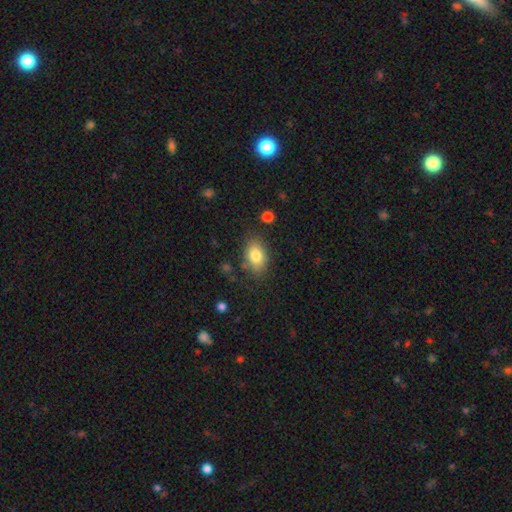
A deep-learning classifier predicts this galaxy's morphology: smooth_or_featured: smooth (p=0.80) [alt: featured or disk p=0.12]
how_rounded: in between (p=0.86) [alt: round p=0.12]
merging: none (p=0.78) [alt: minor disturbance p=0.15]